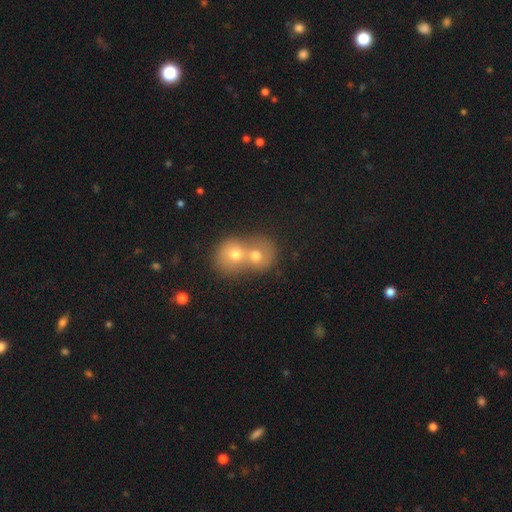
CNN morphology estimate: A smooth galaxy with no disk features (66%) that is round (73%). Merging: merger (75%).